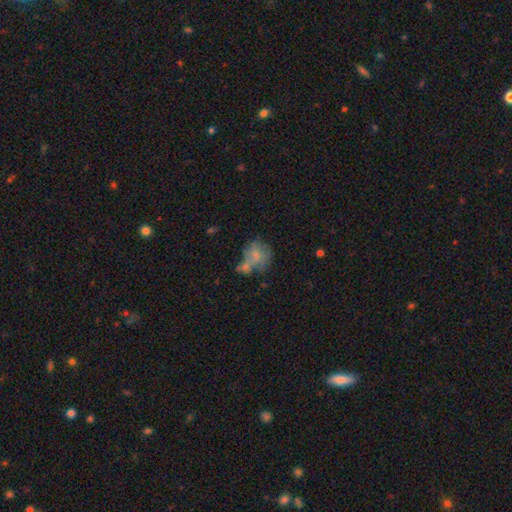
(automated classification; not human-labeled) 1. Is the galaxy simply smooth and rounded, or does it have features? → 57% smooth, 32% featured or disk, 11% star or artifact.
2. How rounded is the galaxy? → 59% round, 39% in between, 1% cigar-shaped.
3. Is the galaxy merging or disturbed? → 32% none, 29% merger, 20% minor disturbance, 20% major disturbance.